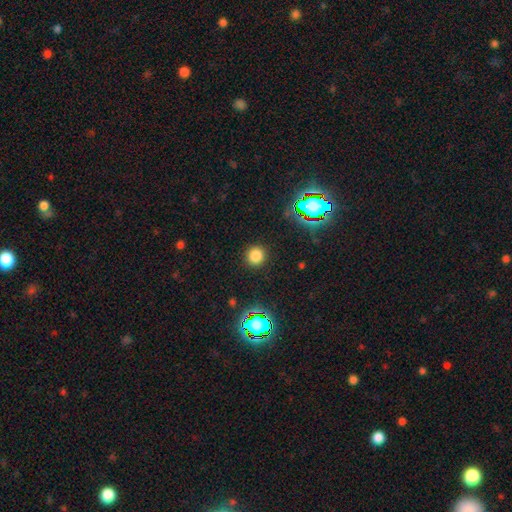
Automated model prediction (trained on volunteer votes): Smooth or featured: smooth — 77% (star or artifact — 18%)
How rounded: round — 93% (in between — 6%)
Merging: none — 90% (minor disturbance — 6%)